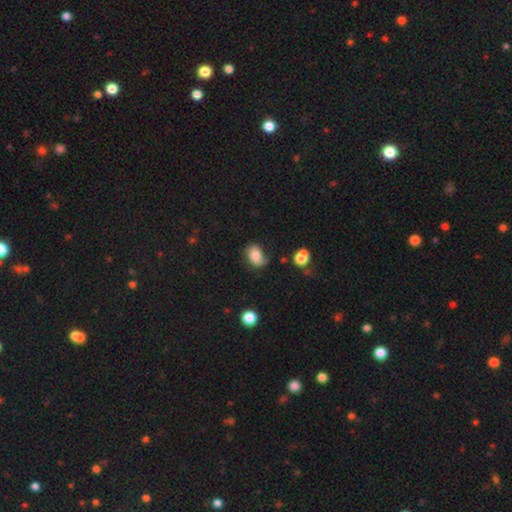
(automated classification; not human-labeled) The model was most divided on "merging": none: 51%, minor disturbance: 32%, major disturbance: 14%, merger: 4%. More confident: how rounded — in between (70%); smooth or featured — smooth (66%).